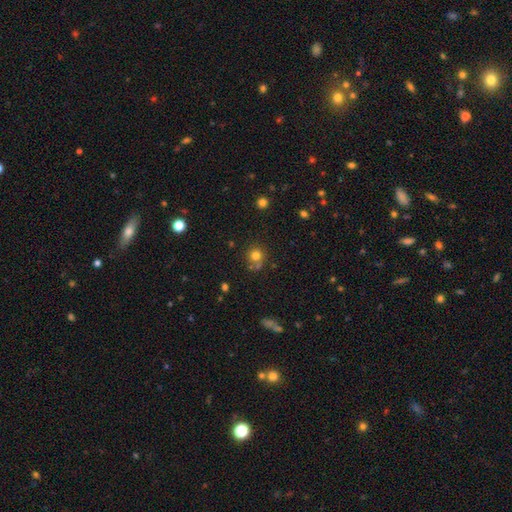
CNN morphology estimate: This is likely a smooth galaxy (76%). How rounded: clearly round (89%). Merging: likely none (68%).